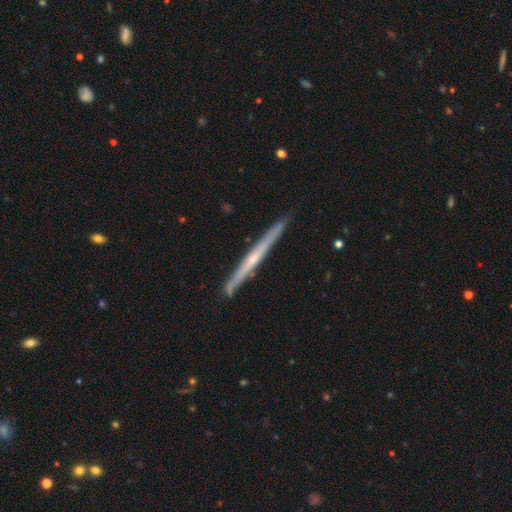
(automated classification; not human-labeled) featured or disk 73%, smooth 22%, star or artifact 6%. Down the decision tree: edge-on disk — yes (98%); edge-on bulge — rounded (48%); merging — none (90%).